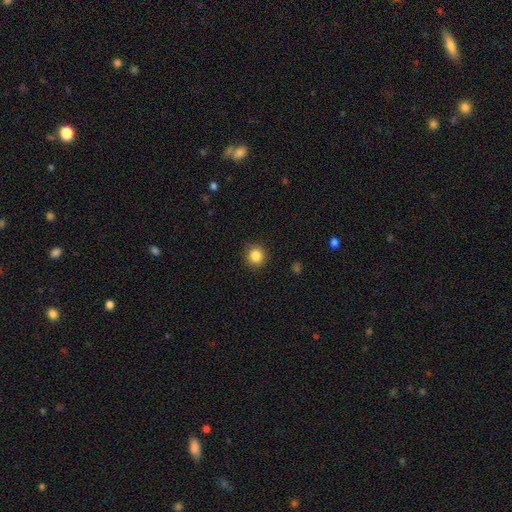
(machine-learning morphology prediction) Overall: smooth (86%). How rounded: round (91%). Merging: none (90%).